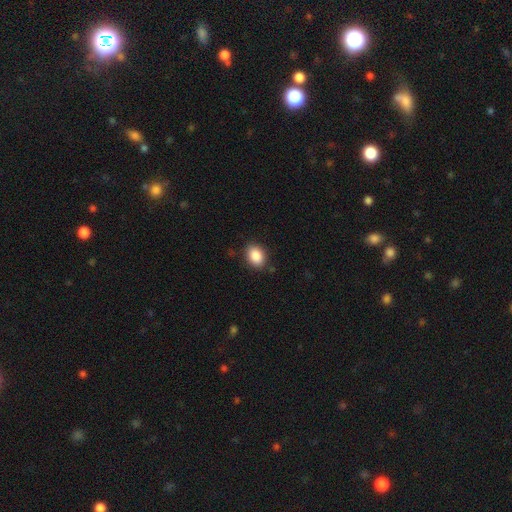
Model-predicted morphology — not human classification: type=smooth (87%); roundness=in between (72%); merging=none (85%).